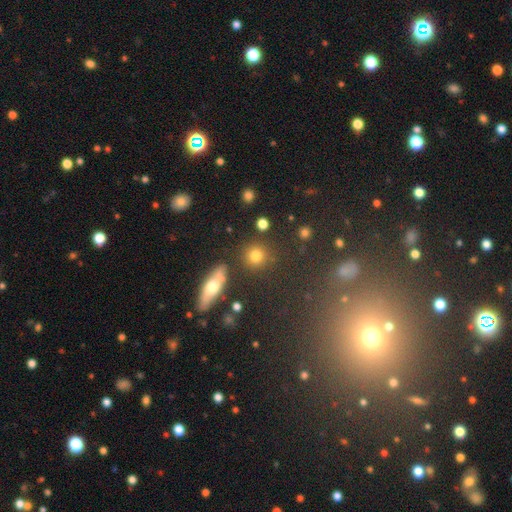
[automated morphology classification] This appears to be a smooth galaxy with no disk features (78%) that is round (89%). Merging: none (83%).